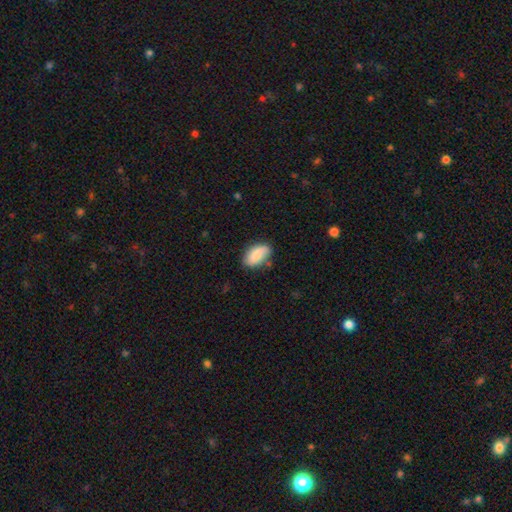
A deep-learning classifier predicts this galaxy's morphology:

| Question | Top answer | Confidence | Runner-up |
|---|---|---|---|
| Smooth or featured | smooth | 80% | featured or disk (13%) |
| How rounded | in between | 92% | round (5%) |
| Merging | none | 66% | minor disturbance (25%) |